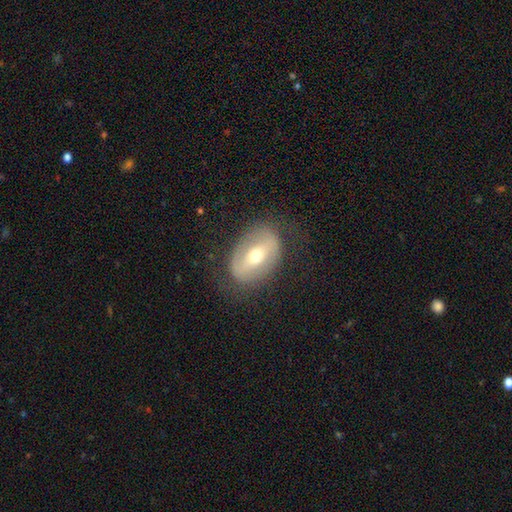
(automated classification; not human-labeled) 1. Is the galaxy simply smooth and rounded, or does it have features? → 62% featured or disk, 31% smooth, 7% star or artifact.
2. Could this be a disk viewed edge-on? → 90% no, 10% yes.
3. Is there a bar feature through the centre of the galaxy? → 47% strong, 31% weak, 22% no.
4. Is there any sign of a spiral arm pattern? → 62% no, 38% yes.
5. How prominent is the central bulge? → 67% moderate, 25% small, 5% large, 1% dominant, 1% none.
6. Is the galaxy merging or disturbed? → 75% none, 16% minor disturbance, 8% major disturbance, 1% merger.